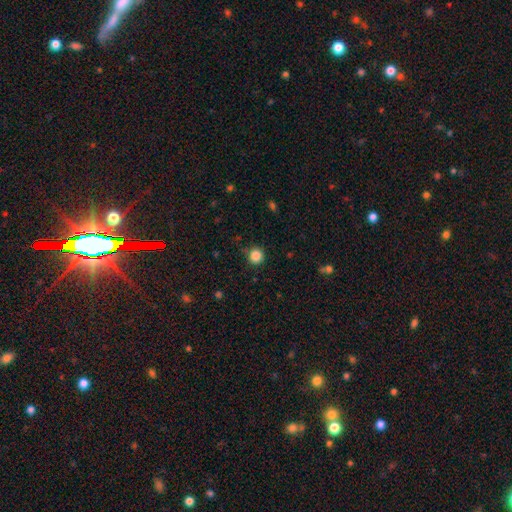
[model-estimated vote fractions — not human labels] Smooth or featured: smooth — 85% (star or artifact — 11%)
How rounded: round — 94% (in between — 5%)
Merging: none — 86% (minor disturbance — 10%)